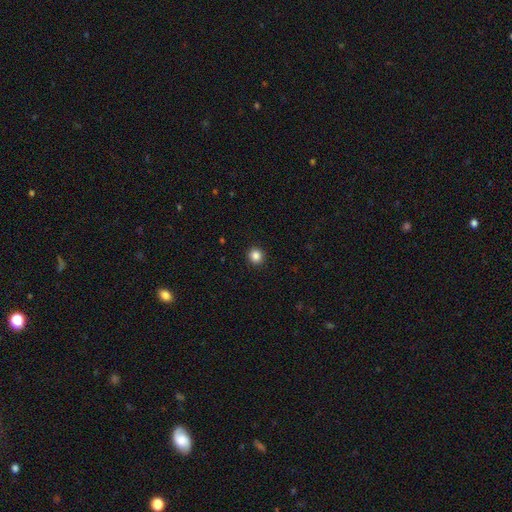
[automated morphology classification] smooth_or_featured: smooth (p=0.85) [alt: star or artifact p=0.11]
how_rounded: round (p=0.93) [alt: in between p=0.06]
merging: none (p=0.93) [alt: minor disturbance p=0.04]